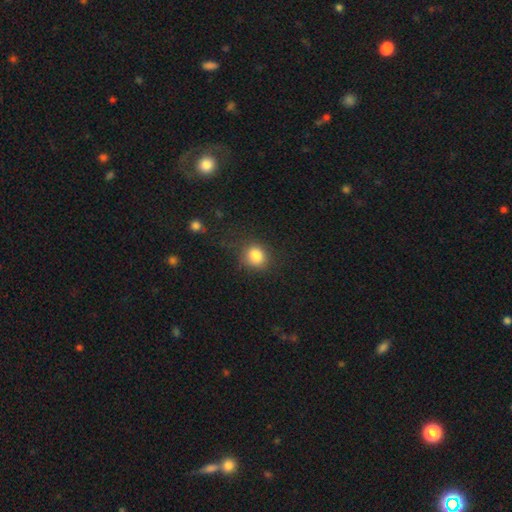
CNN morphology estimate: Q: Smooth or featured?
A: smooth (83%); runner-up: star or artifact (11%)
Q: How rounded?
A: round (78%); runner-up: in between (21%)
Q: Merging?
A: none (80%); runner-up: minor disturbance (13%)